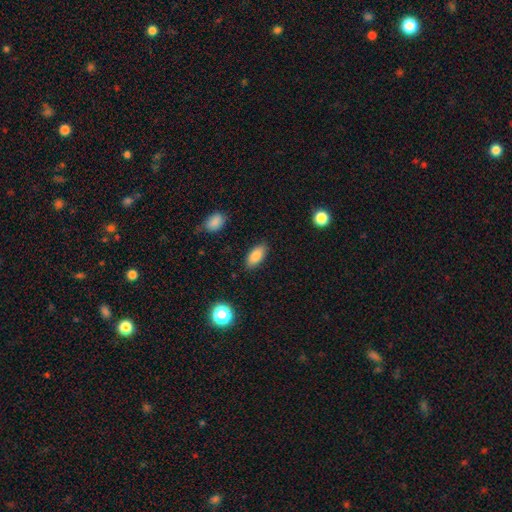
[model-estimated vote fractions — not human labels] Smooth or featured?
  - smooth: 84% *
  - star or artifact: 8%
  - featured or disk: 8%
How rounded?
  - in between: 88% *
  - cigar-shaped: 8%
  - round: 3%
Merging?
  - none: 87% *
  - minor disturbance: 9%
  - major disturbance: 2%
  - merger: 1%